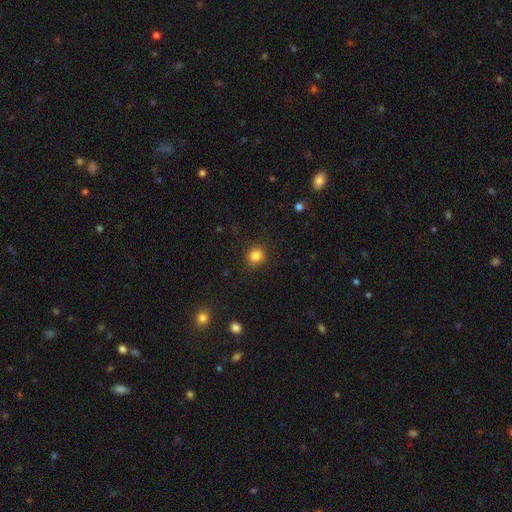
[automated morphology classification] The model was most divided on "how rounded": round: 82%, in between: 18%, cigar-shaped: 1%. More confident: merging — none (89%); smooth or featured — smooth (84%).